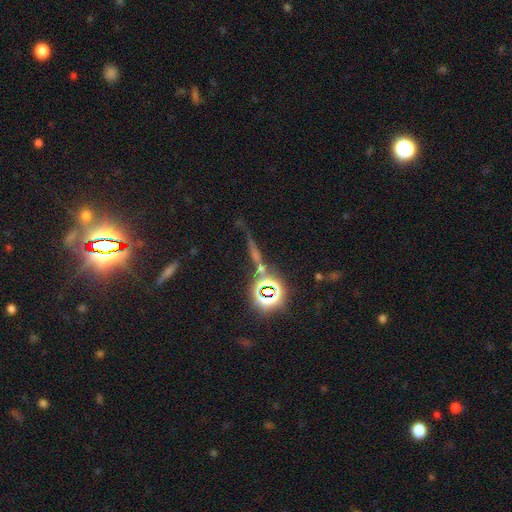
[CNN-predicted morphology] Smooth or featured? Predicted: star or artifact (p=0.55).